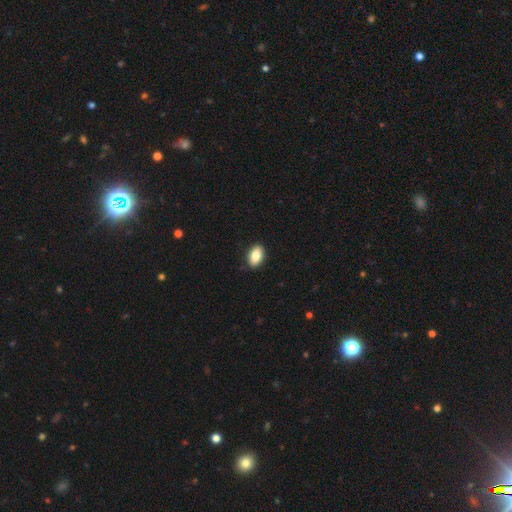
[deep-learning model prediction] Smooth or featured: smooth — 85% (featured or disk — 8%)
How rounded: in between — 91% (round — 7%)
Merging: none — 89% (minor disturbance — 9%)